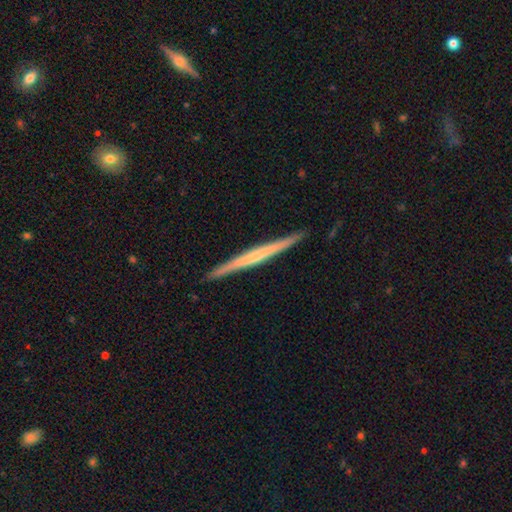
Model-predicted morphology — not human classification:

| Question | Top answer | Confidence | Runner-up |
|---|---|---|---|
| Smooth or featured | featured or disk | 62% | smooth (33%) |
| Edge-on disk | yes | 98% | no (2%) |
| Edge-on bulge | none | 69% | rounded (23%) |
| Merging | none | 91% | minor disturbance (7%) |